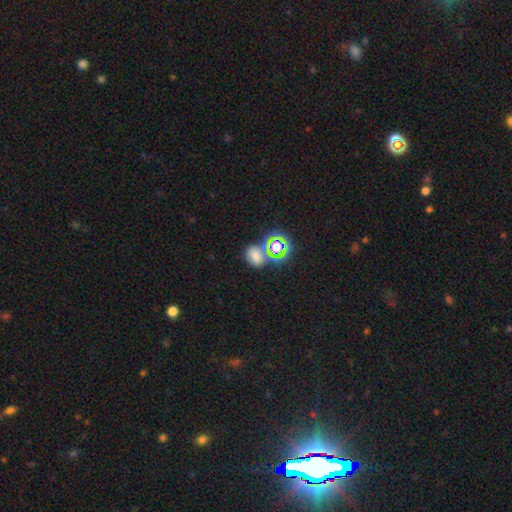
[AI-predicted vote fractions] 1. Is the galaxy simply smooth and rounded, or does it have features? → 55% smooth, 34% star or artifact, 11% featured or disk.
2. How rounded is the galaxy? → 67% in between, 31% round, 2% cigar-shaped.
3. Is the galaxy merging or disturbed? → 49% none, 25% merger, 16% minor disturbance, 10% major disturbance.